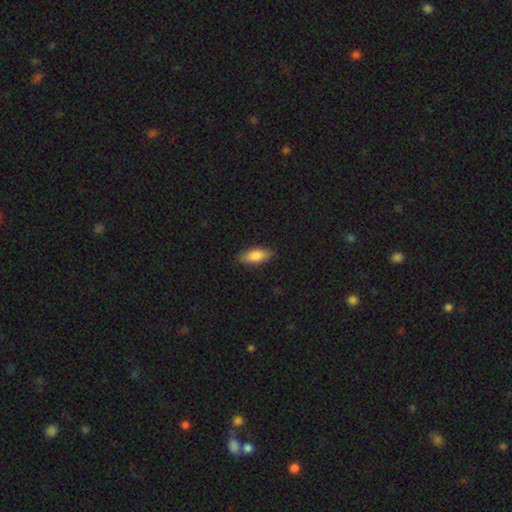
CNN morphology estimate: Smooth or featured? smooth (84%)
How rounded? in between (81%)
Merging? none (86%)